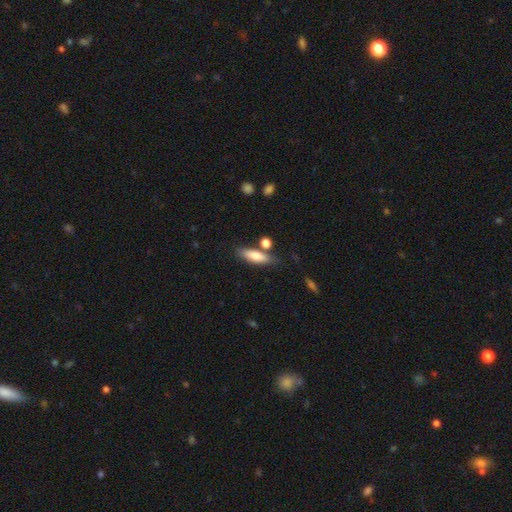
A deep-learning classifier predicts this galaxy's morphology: Smooth or featured? smooth (77%)
How rounded? cigar-shaped (51%)
Merging? none (70%)